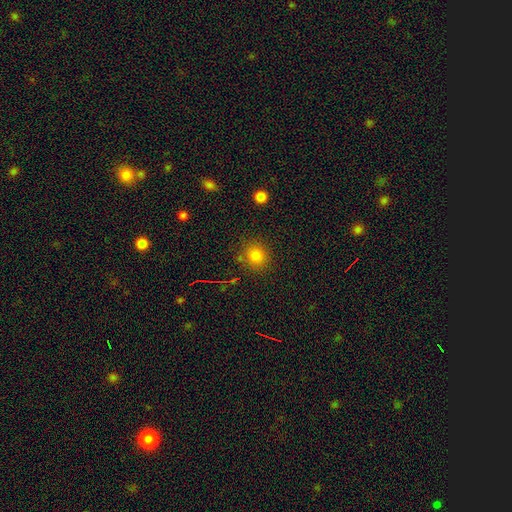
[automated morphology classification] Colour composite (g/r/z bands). It shows a smooth galaxy with no disk features (79%) that is round (85%). Merging: none (83%).